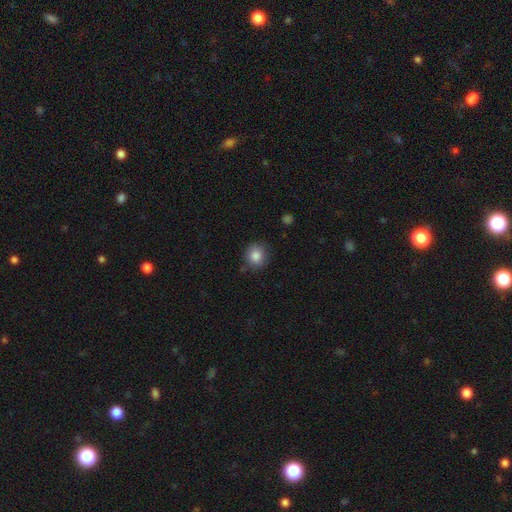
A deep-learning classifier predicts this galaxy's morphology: smooth_or_featured: smooth (p=0.85) [alt: star or artifact p=0.09]
how_rounded: round (p=0.84) [alt: in between p=0.15]
merging: none (p=0.80) [alt: minor disturbance p=0.14]